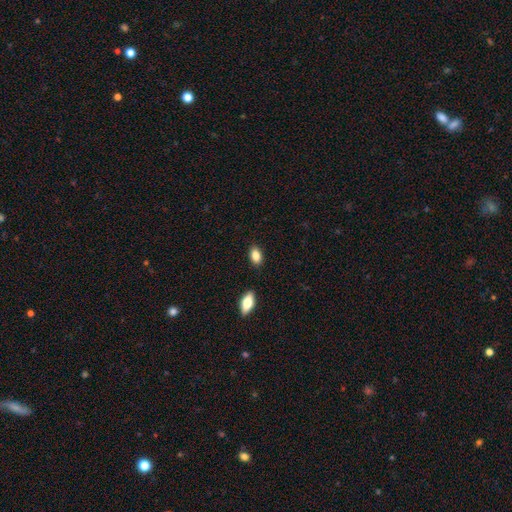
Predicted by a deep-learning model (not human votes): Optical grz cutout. It shows a smooth galaxy with no disk features (85%) that is in between round and cigar-shaped (89%). Merging: none (86%).